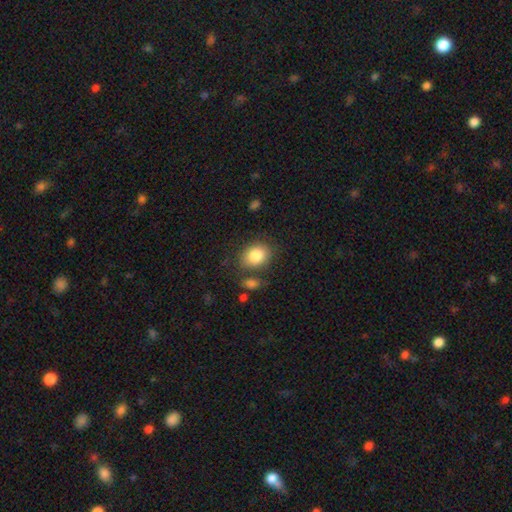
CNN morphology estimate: This appears to be a smooth galaxy with no disk features (84%) that is in between round and cigar-shaped (65%). Merging: none (74%).